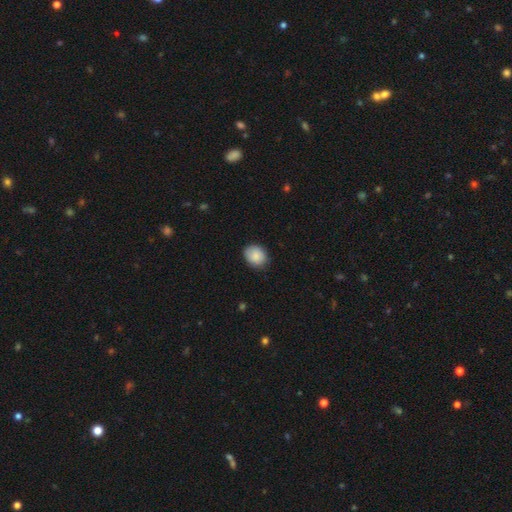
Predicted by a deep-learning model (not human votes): smooth 88%, star or artifact 7%, featured or disk 5%. Down the decision tree: how rounded — round (56%); merging — none (82%).